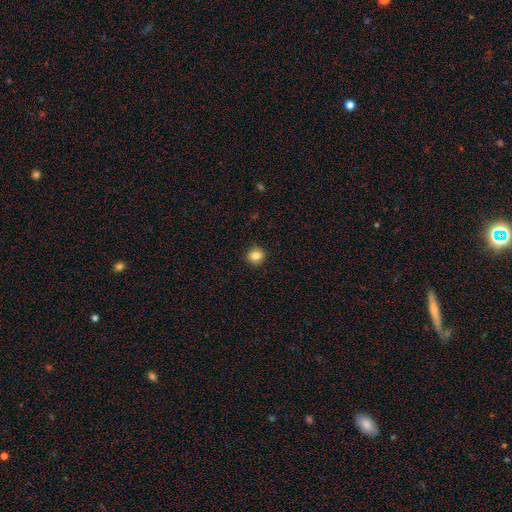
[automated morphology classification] smooth_or_featured: smooth (p=0.85) [alt: star or artifact p=0.10]
how_rounded: round (p=0.85) [alt: in between p=0.14]
merging: none (p=0.92) [alt: minor disturbance p=0.05]